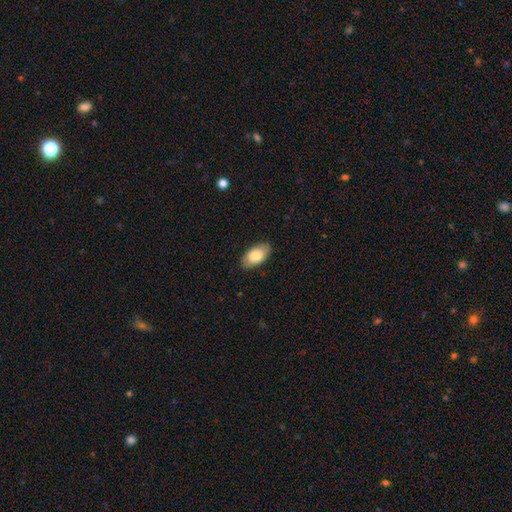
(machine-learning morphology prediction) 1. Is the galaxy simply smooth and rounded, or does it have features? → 83% smooth, 11% featured or disk, 6% star or artifact.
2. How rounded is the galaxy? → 95% in between, 3% round, 3% cigar-shaped.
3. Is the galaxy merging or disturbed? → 86% none, 11% minor disturbance, 2% major disturbance, 1% merger.